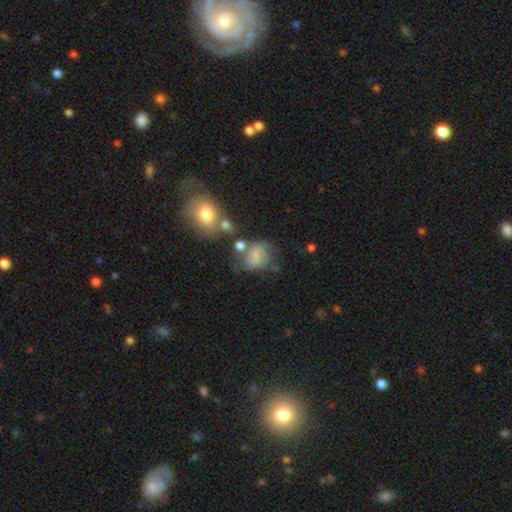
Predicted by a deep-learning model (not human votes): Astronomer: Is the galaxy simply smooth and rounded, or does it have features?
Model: smooth — 51% (runner-up: featured or disk, 37%).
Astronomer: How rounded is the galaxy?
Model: round — 57% (runner-up: in between, 42%).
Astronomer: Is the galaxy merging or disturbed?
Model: none — 43% (runner-up: minor disturbance, 24%).